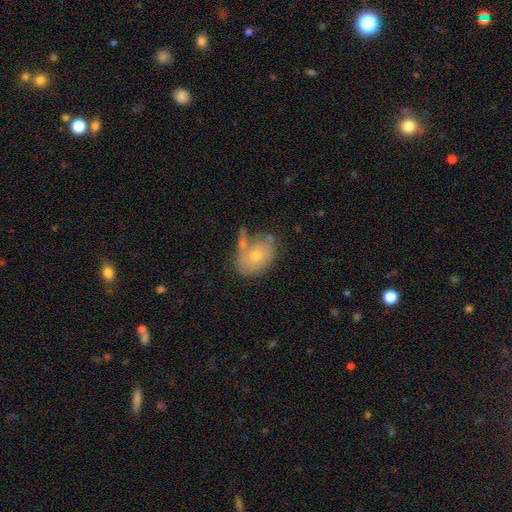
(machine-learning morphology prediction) A smooth galaxy with no disk features (65%) that is in between round and cigar-shaped (76%). Merging: none (54%).